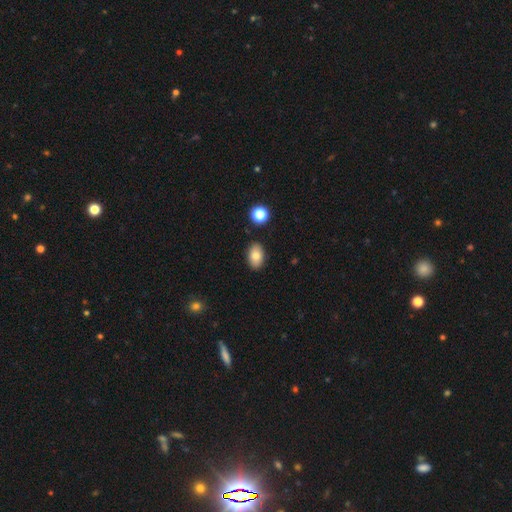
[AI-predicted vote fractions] A smooth galaxy with no disk features (81%) that is in between round and cigar-shaped (90%). Merging: none (87%).